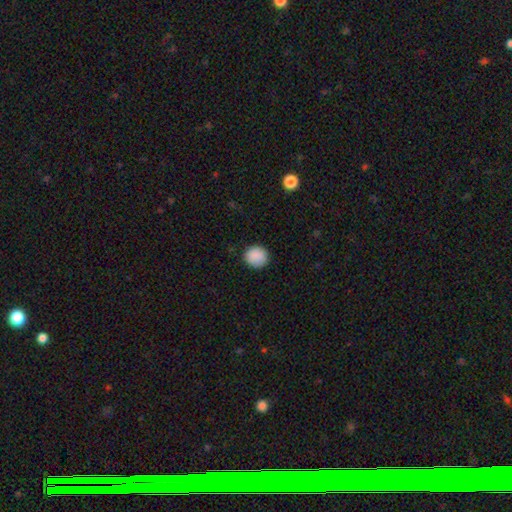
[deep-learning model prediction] smooth 89%, star or artifact 8%, featured or disk 3%. Down the decision tree: how rounded — round (90%); merging — none (88%).